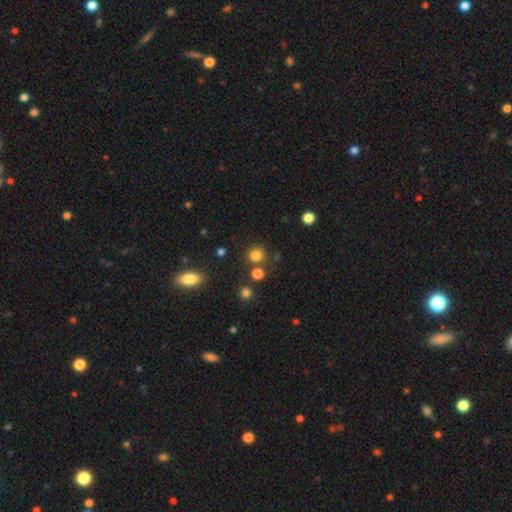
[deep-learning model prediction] Smooth or featured: smooth — 80% (star or artifact — 15%)
How rounded: round — 88% (in between — 11%)
Merging: none — 78% (merger — 9%)